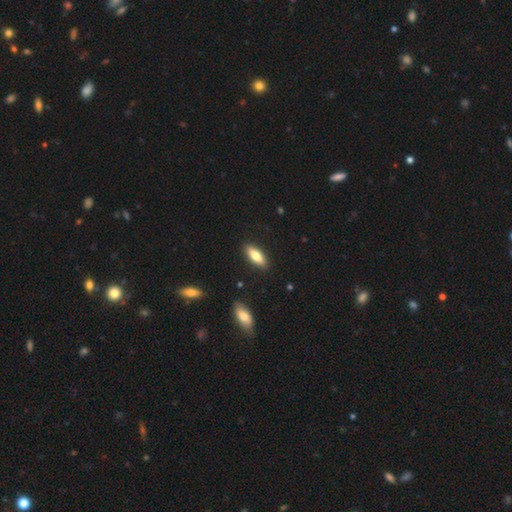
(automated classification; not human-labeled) Morphology: type=smooth (75%); roundness=in between (68%); merging=none (88%).